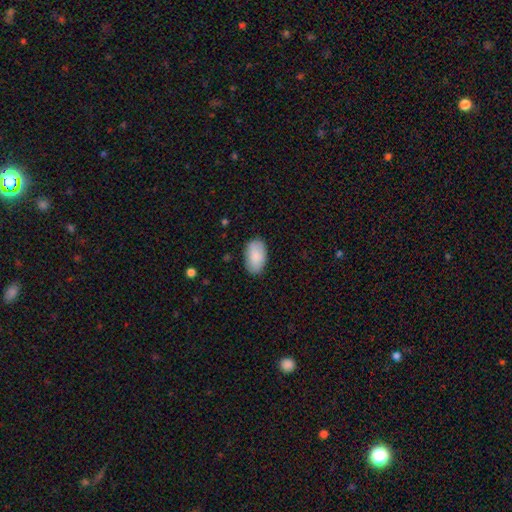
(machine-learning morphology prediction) smooth 87%, featured or disk 7%, star or artifact 6%. Down the decision tree: how rounded — in between (94%); merging — none (83%).